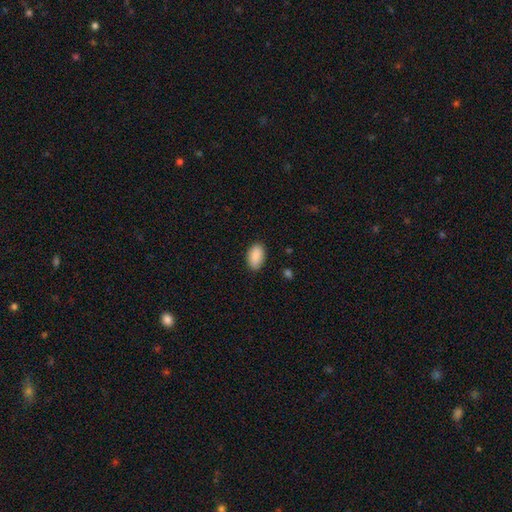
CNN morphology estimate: Overall: smooth (90%). How rounded: in between (93%). Merging: none (86%).